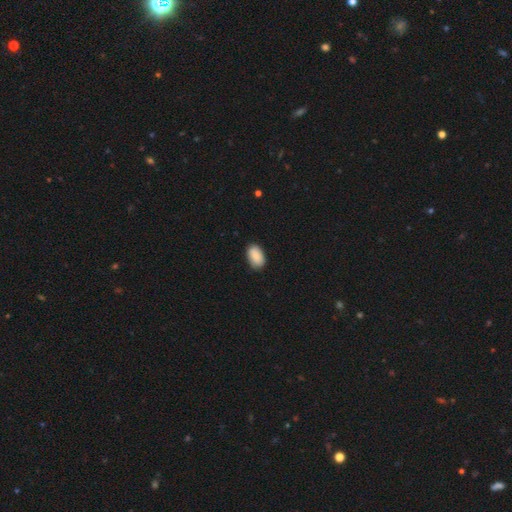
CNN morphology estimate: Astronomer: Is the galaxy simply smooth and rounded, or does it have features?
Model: smooth — 89%.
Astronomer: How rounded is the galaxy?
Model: in between — 93%.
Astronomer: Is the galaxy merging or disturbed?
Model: none — 86%.